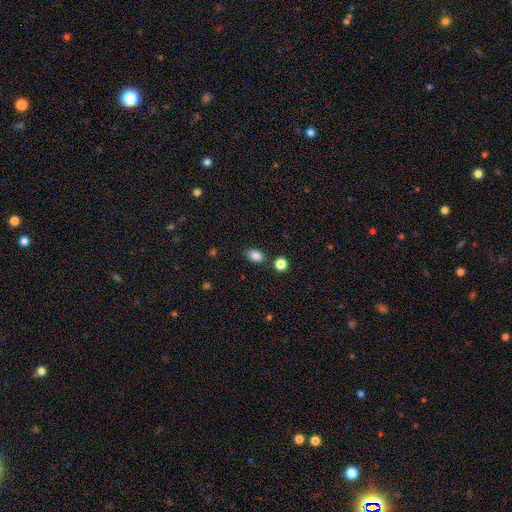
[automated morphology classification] smooth_or_featured: smooth (p=0.85) [alt: star or artifact p=0.11]
how_rounded: in between (p=0.73) [alt: round p=0.26]
merging: none (p=0.80) [alt: minor disturbance p=0.11]